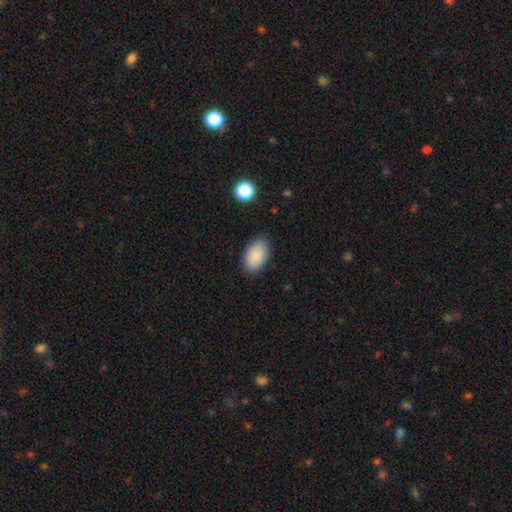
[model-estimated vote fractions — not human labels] Smooth or featured? Predicted: smooth (p=0.87). How rounded? Predicted: in between (p=0.92). Merging? Predicted: none (p=0.85).